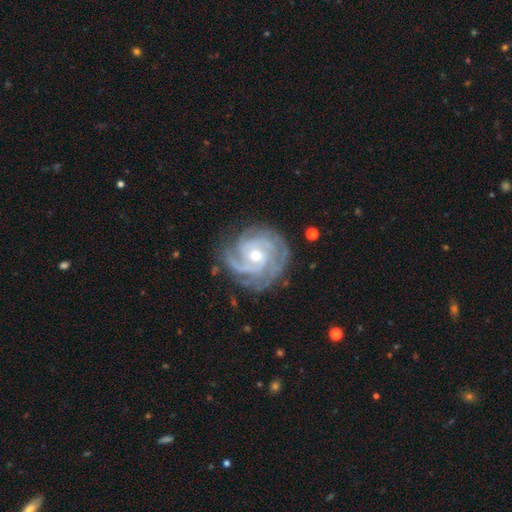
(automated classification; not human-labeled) Q: Smooth or featured?
A: featured or disk (91%); runner-up: star or artifact (5%)
Q: Edge-on disk?
A: no (98%); runner-up: yes (2%)
Q: Bar?
A: no (62%); runner-up: weak (31%)
Q: Spiral arms?
A: yes (98%); runner-up: no (2%)
Q: Spiral winding?
A: tight (71%); runner-up: medium (26%)
Q: Spiral arm count?
A: 3 (40%); runner-up: 2 (16%)
Q: Bulge size?
A: moderate (60%); runner-up: small (36%)
Q: Merging?
A: none (77%); runner-up: minor disturbance (16%)